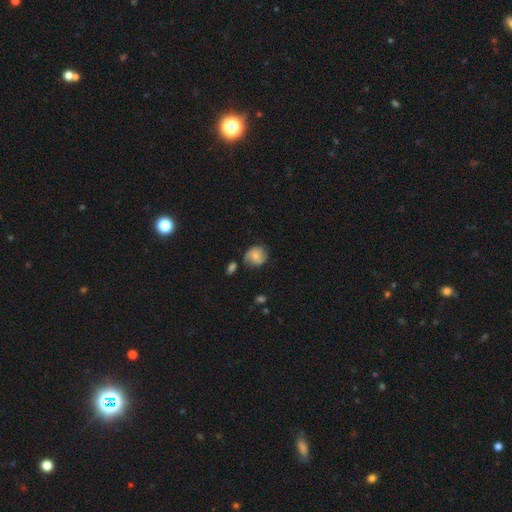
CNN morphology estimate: smooth-or-featured: smooth: 60% | featured or disk: 31% | star or artifact: 9%
  how-rounded: round: 76% | in between: 23% | cigar-shaped: 1%
  merging: none: 61% | minor disturbance: 26% | major disturbance: 7% | merger: 6%